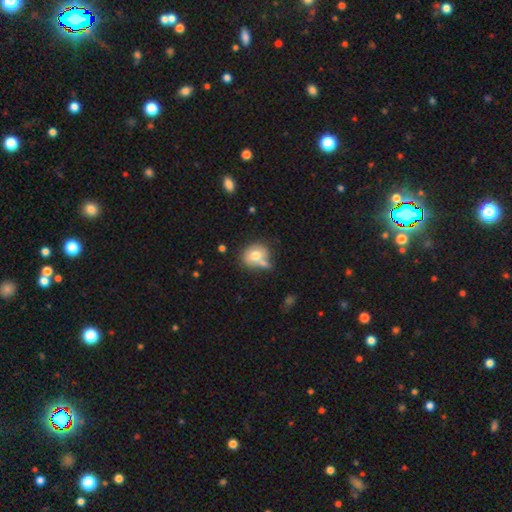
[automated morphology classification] type=smooth (72%); roundness=round (67%); merging=none (44%).